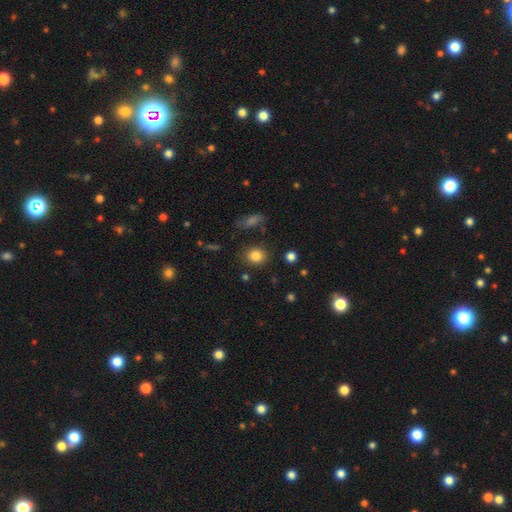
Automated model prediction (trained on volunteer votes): Morphology: type=smooth (83%); roundness=round (68%); merging=none (83%).